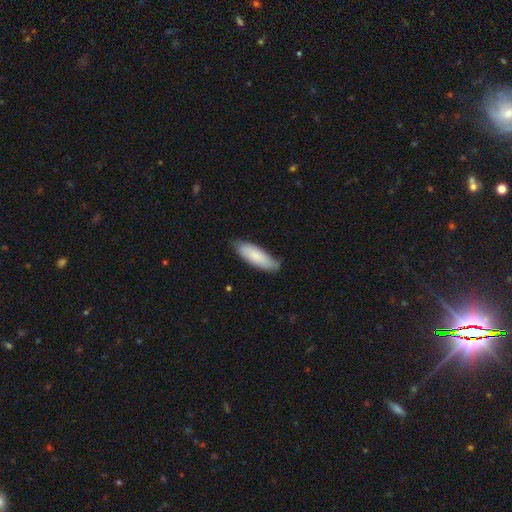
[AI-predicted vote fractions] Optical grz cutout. It shows a smooth galaxy with no disk features (82%) that is in between round and cigar-shaped (58%). Merging: none (75%).